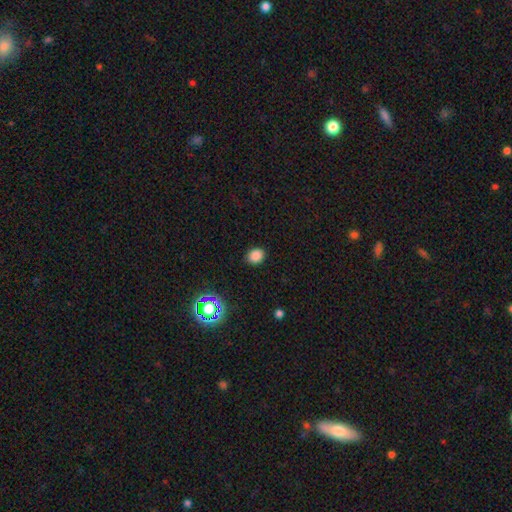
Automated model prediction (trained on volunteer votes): Smooth or featured? smooth (83%)
How rounded? in between (50%)
Merging? none (88%)